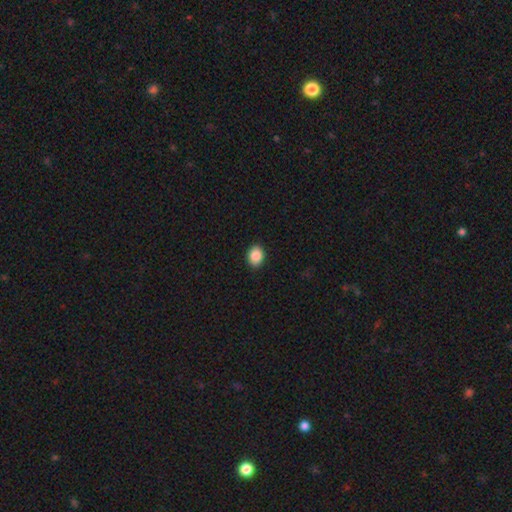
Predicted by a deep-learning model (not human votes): smooth-or-featured: smooth: 88% | star or artifact: 8% | featured or disk: 4%
  how-rounded: in between: 63% | round: 36% | cigar-shaped: 1%
  merging: none: 90% | minor disturbance: 7% | major disturbance: 2% | merger: 1%